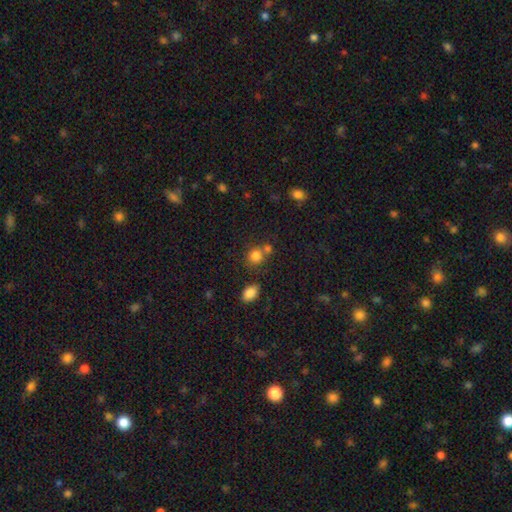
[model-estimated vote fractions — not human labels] The model was most divided on "merging": none: 56%, merger: 28%, minor disturbance: 11%, major disturbance: 4%. More confident: smooth or featured — smooth (81%); how rounded — round (78%).